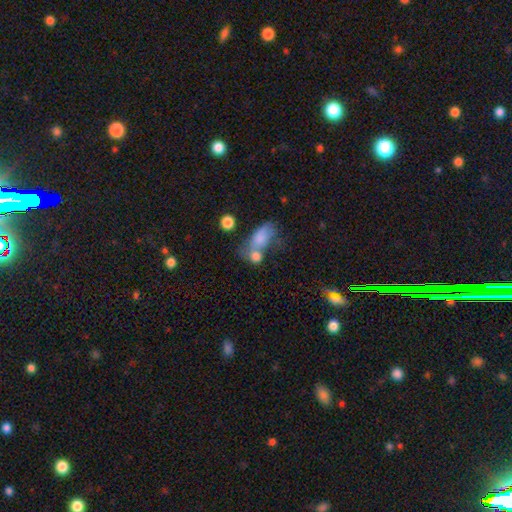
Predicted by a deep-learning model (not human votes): smooth-or-featured: smooth: 75% | featured or disk: 14% | star or artifact: 11%
  how-rounded: in between: 62% | round: 33% | cigar-shaped: 5%
  merging: merger: 49% | none: 27% | minor disturbance: 13% | major disturbance: 11%